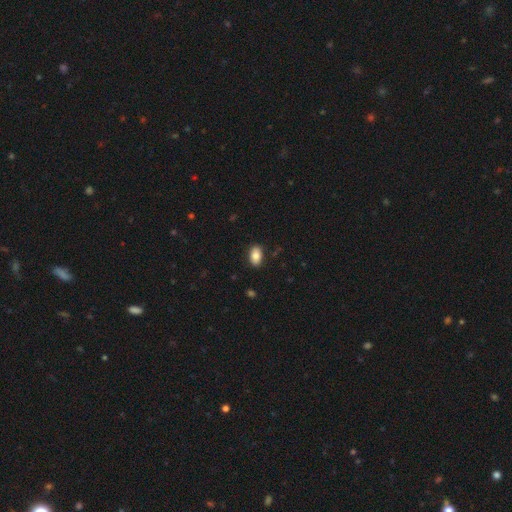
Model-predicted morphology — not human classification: Smooth or featured? Predicted: smooth (p=0.84). How rounded? Predicted: in between (p=0.90). Merging? Predicted: none (p=0.87).